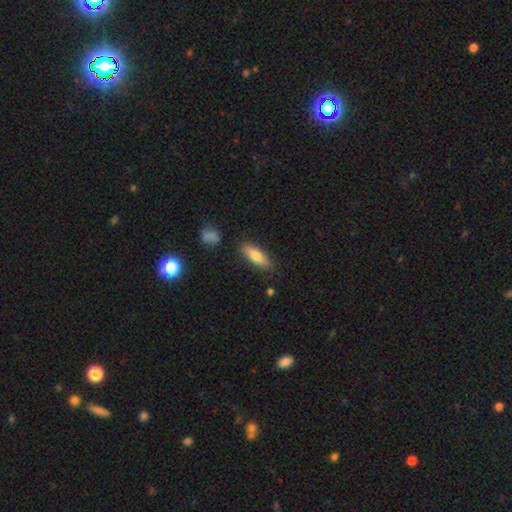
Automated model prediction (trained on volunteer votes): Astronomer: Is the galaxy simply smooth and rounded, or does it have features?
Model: smooth — 71%.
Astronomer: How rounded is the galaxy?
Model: in between — 56% (runner-up: cigar-shaped, 41%).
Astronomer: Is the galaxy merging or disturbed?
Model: none — 83%.